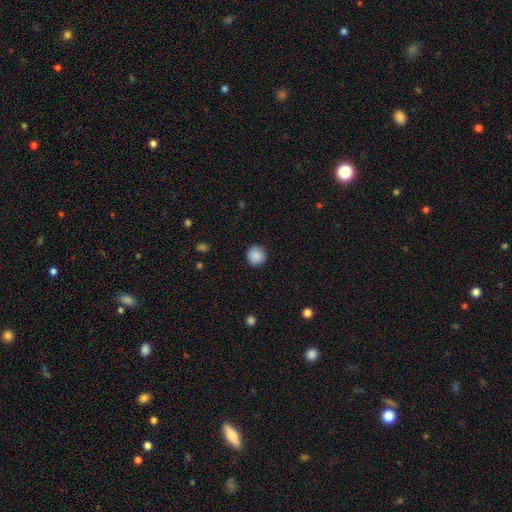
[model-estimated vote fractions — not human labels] A smooth galaxy with no disk features (88%) that is round (95%).

Vote fractions:
- Smooth or featured? smooth: 88% / star or artifact: 8% / featured or disk: 3%
- How rounded? round: 95% / in between: 4% / cigar-shaped: 1%
- Merging? none: 91% / minor disturbance: 6% / major disturbance: 2% / merger: 1%